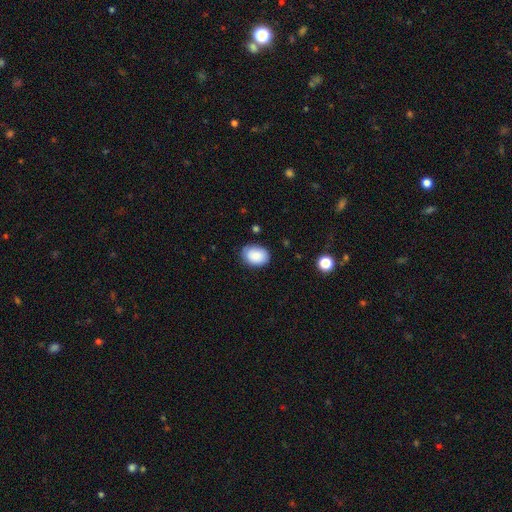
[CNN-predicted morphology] Smooth or featured?
  - smooth: 86% *
  - star or artifact: 7%
  - featured or disk: 7%
How rounded?
  - in between: 76% *
  - round: 23%
  - cigar-shaped: 1%
Merging?
  - none: 78% *
  - minor disturbance: 17%
  - major disturbance: 3%
  - merger: 2%